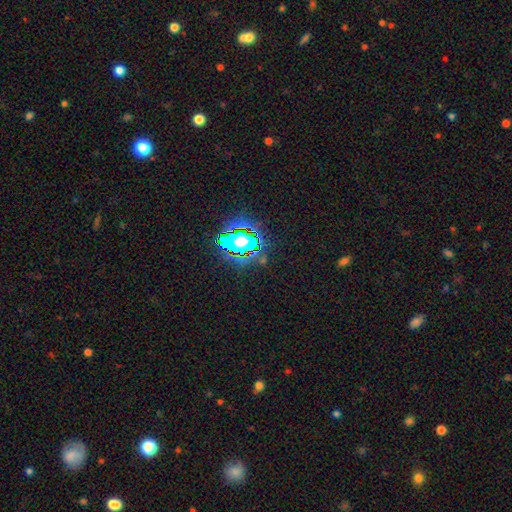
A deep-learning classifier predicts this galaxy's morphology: Smooth or featured? Predicted: star or artifact (p=0.81).